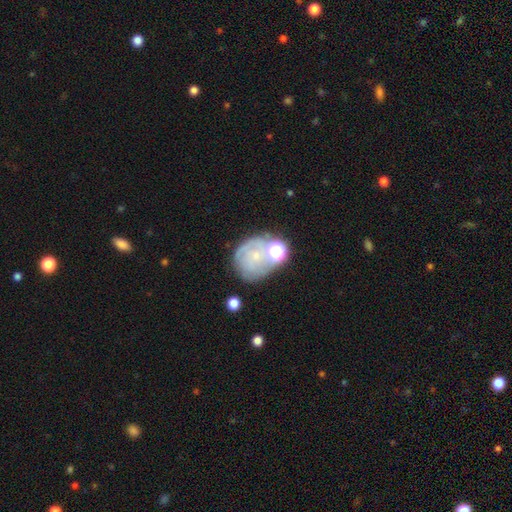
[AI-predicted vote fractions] This appears to be a featured or disk galaxy (48%). Merging: none (51%).